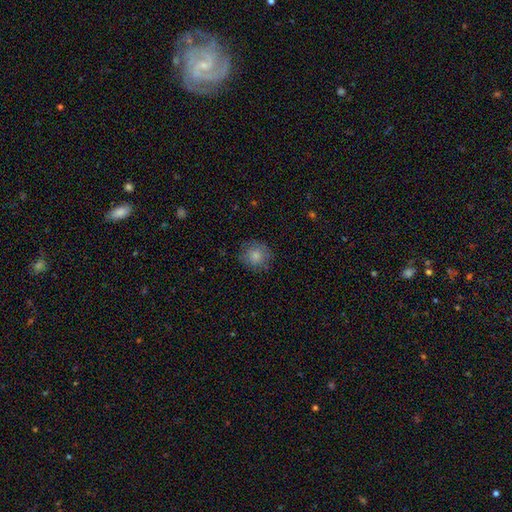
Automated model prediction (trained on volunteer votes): This is clearly a smooth galaxy (83%). How rounded: clearly round (90%). Merging: clearly none (83%).